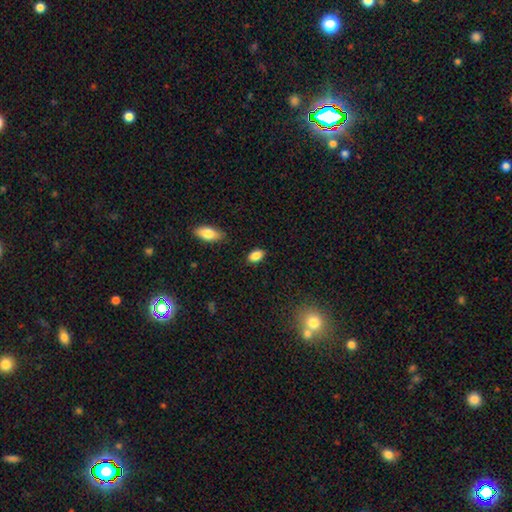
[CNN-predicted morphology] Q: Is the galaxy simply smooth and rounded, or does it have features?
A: smooth — 88%.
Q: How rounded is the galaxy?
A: in between — 89%.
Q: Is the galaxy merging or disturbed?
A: none — 85%.